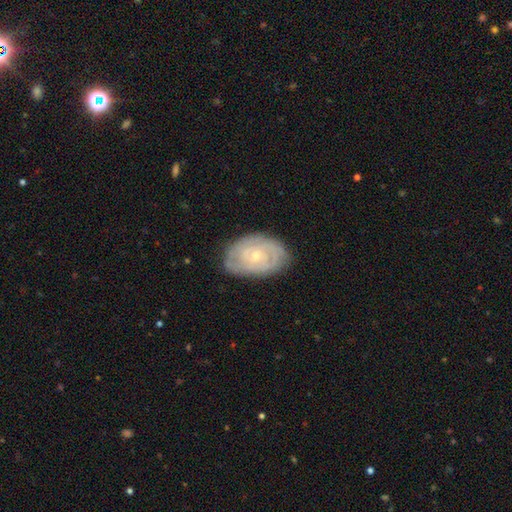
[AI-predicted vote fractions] Smooth or featured? featured or disk (74%)
Edge-on disk? no (96%)
Bar? no (77%)
Spiral arms? yes (86%)
Spiral winding? tight (75%)
Spiral arm count? can't tell (49%)
Bulge size? small (70%)
Merging? none (77%)